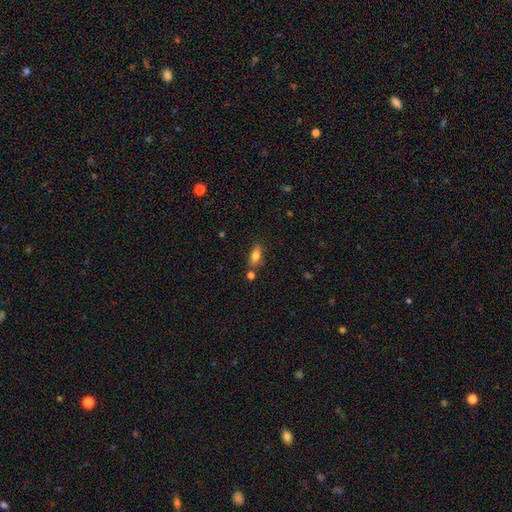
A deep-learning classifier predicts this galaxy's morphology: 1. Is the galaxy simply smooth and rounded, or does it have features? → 77% smooth, 14% featured or disk, 9% star or artifact.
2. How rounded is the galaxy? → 81% in between, 15% cigar-shaped, 5% round.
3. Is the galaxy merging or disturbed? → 71% none, 15% minor disturbance, 11% merger, 4% major disturbance.